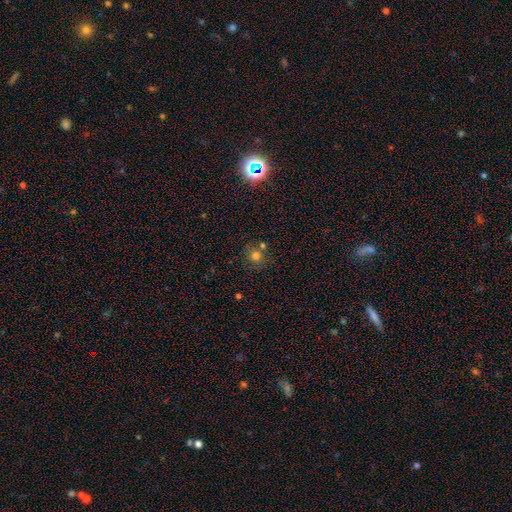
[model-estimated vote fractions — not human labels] A smooth galaxy with no disk features (73%) that is round (85%). Merging: none (65%).